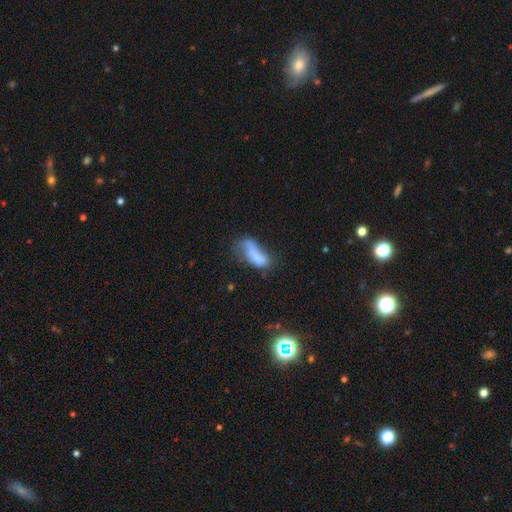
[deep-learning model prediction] Smooth or featured? smooth (66%)
How rounded? in between (69%)
Merging? major disturbance (30%)